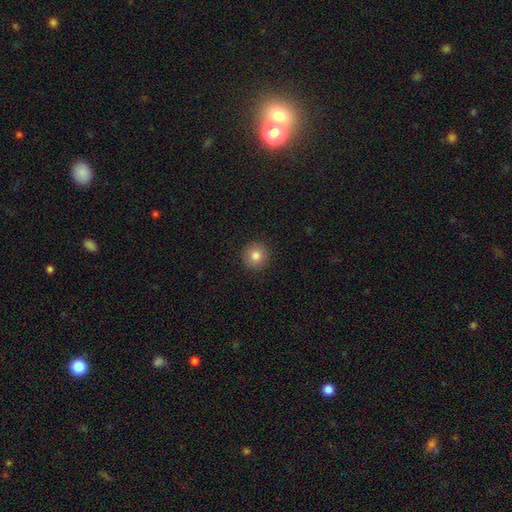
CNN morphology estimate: This appears to be a smooth galaxy with no disk features (83%) that is round (94%). Merging: none (92%).